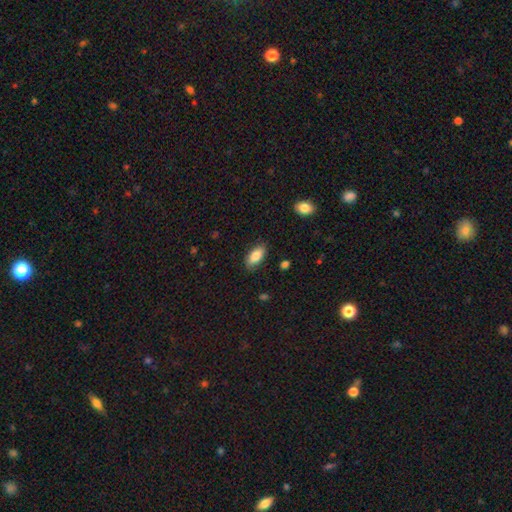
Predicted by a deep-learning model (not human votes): Morphology: type=smooth (85%); roundness=in between (91%); merging=none (83%).